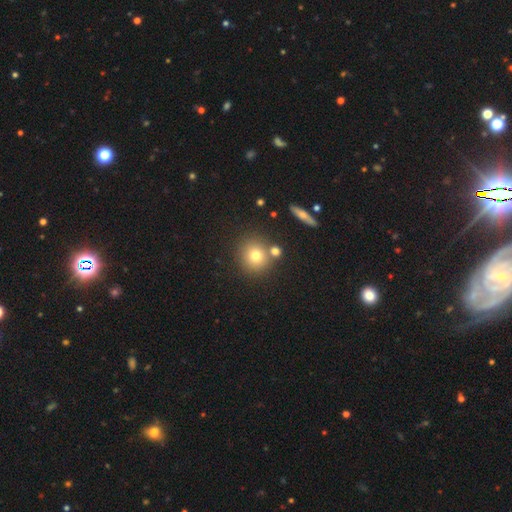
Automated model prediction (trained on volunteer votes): A smooth galaxy with no disk features (74%) that is round (90%).

Vote fractions:
- Smooth or featured? smooth: 74% / star or artifact: 14% / featured or disk: 12%
- How rounded? round: 90% / in between: 9% / cigar-shaped: 1%
- Merging? none: 74% / merger: 14% / minor disturbance: 9% / major disturbance: 3%